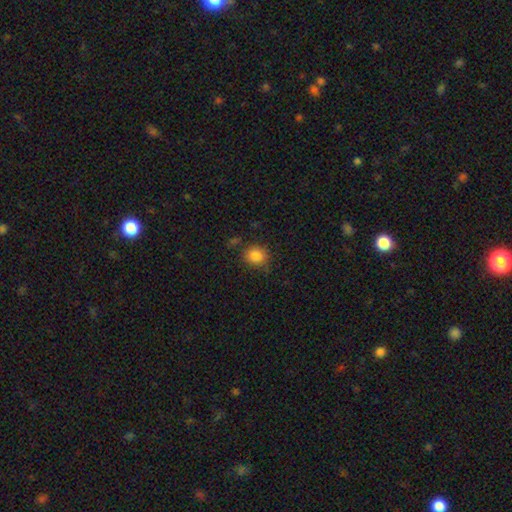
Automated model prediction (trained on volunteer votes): Smooth or featured?
  - smooth: 85% *
  - star or artifact: 10%
  - featured or disk: 5%
How rounded?
  - round: 71% *
  - in between: 28%
  - cigar-shaped: 1%
Merging?
  - none: 74% *
  - minor disturbance: 18%
  - major disturbance: 5%
  - merger: 3%